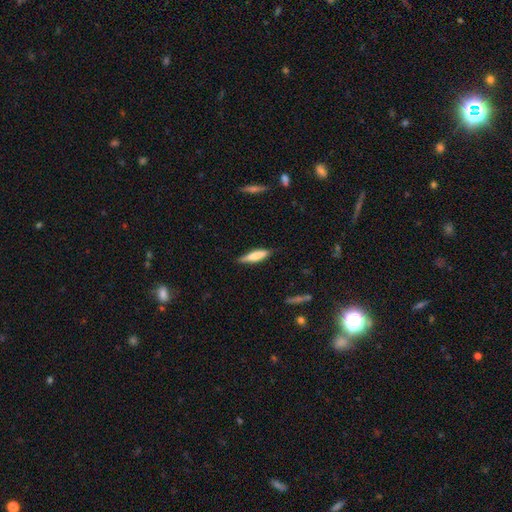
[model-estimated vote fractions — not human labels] This is likely a smooth galaxy (70%). How rounded: likely cigar-shaped (71%). Merging: likely none (80%).